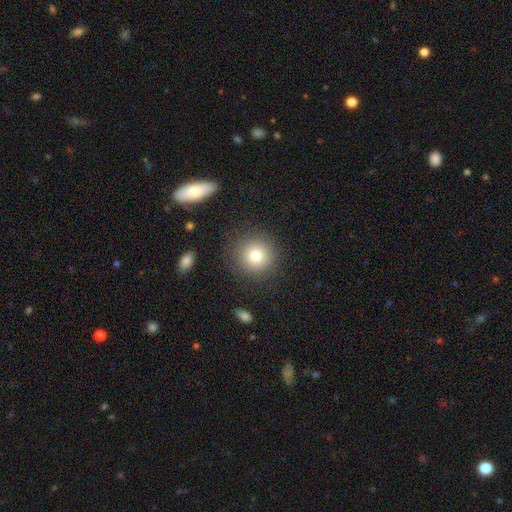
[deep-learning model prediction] smooth 77%, star or artifact 12%, featured or disk 11%. Down the decision tree: how rounded — round (94%); merging — none (88%).